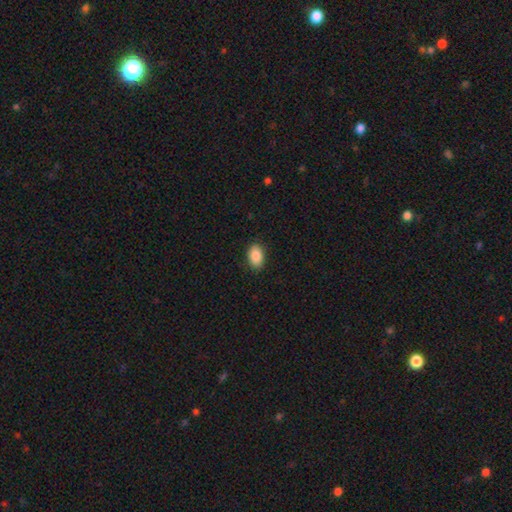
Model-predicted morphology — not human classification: Smooth or featured?
  - smooth: 89% *
  - star or artifact: 7%
  - featured or disk: 4%
How rounded?
  - in between: 90% *
  - round: 9%
  - cigar-shaped: 1%
Merging?
  - none: 89% *
  - minor disturbance: 8%
  - major disturbance: 2%
  - merger: 1%